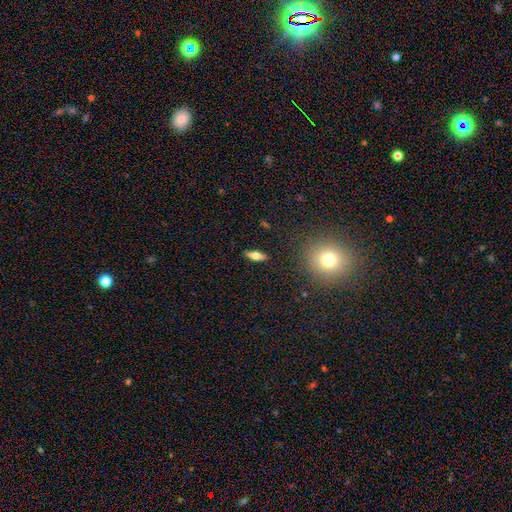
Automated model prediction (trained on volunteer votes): Morphology: type=smooth (53%); roundness=in between (64%); merging=none (89%).